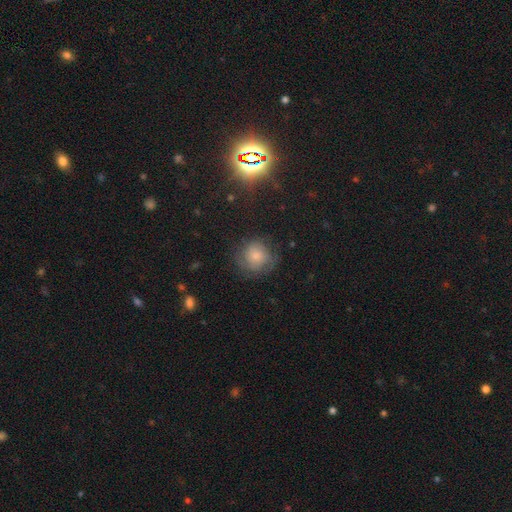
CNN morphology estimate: smooth-or-featured: smooth: 63% | featured or disk: 26% | star or artifact: 11%
  how-rounded: round: 88% | in between: 11% | cigar-shaped: 1%
  merging: none: 66% | minor disturbance: 21% | major disturbance: 11% | merger: 2%